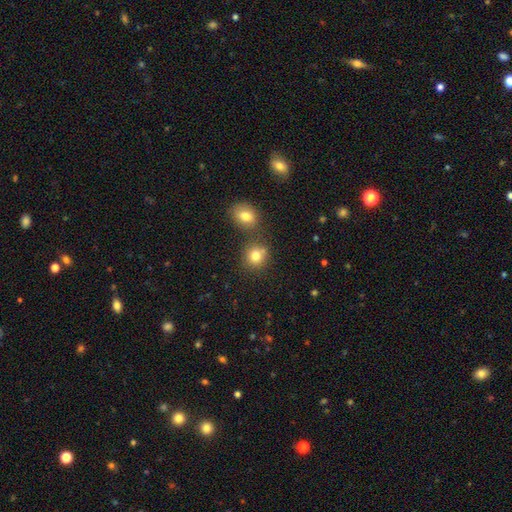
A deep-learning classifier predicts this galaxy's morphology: Overall: smooth (80%). How rounded: round (81%). Merging: none (62%; merger 24%).